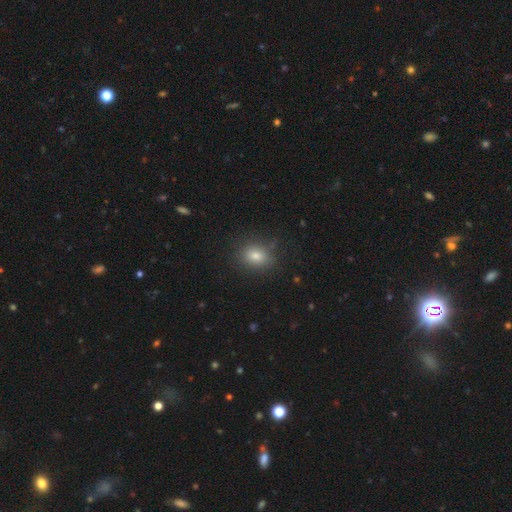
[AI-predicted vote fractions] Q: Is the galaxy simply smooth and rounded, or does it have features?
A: smooth — 78%.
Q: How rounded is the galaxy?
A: in between — 62%.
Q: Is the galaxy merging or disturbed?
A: none — 80%.